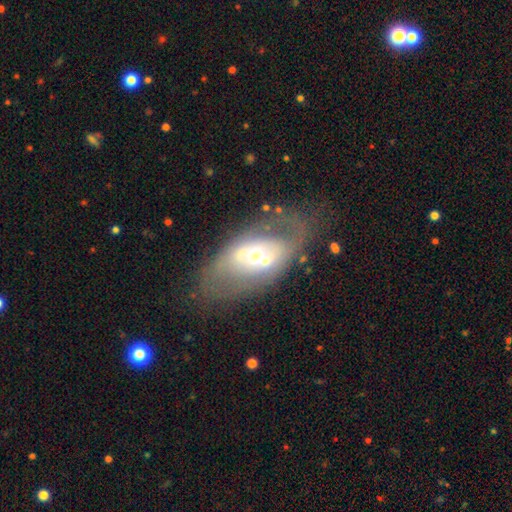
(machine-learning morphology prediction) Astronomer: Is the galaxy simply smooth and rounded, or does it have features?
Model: featured or disk — 62%.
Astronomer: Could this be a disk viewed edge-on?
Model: no — 91%.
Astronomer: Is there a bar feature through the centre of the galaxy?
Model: no — 70%.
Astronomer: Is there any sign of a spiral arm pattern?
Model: no — 68%.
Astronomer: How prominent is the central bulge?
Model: moderate — 63%.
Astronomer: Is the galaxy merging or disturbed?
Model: none — 53%.